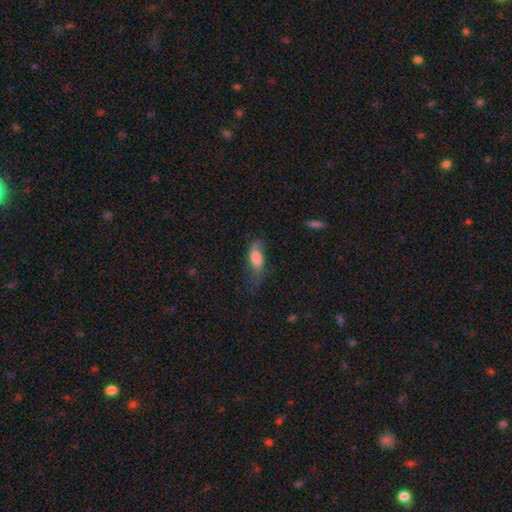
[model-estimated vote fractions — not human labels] Smooth or featured? smooth (63%)
How rounded? in between (69%)
Merging? none (46%)